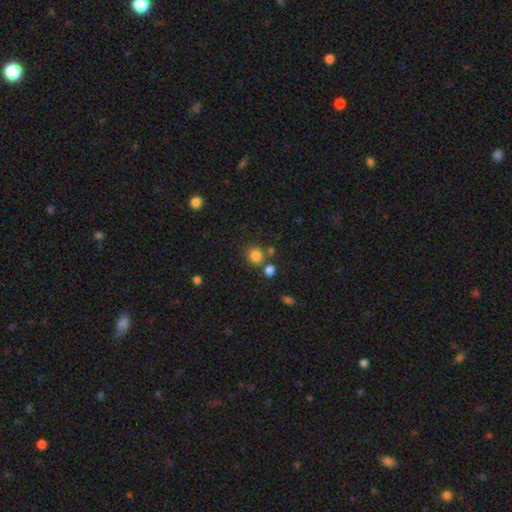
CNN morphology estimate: Smooth or featured? smooth (81%)
How rounded? round (87%)
Merging? none (68%)